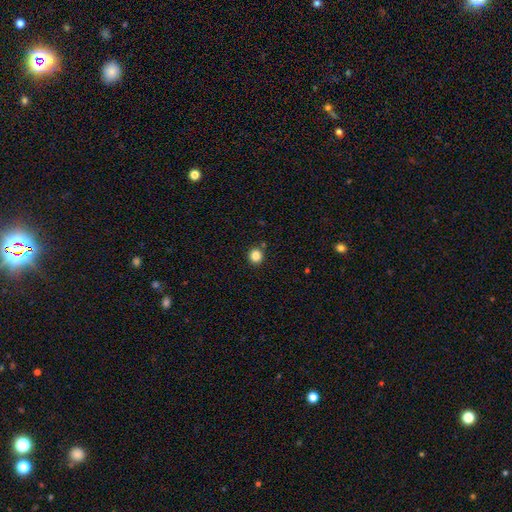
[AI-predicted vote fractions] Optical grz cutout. It shows a smooth galaxy with no disk features (84%) that is round (91%). Merging: none (87%).